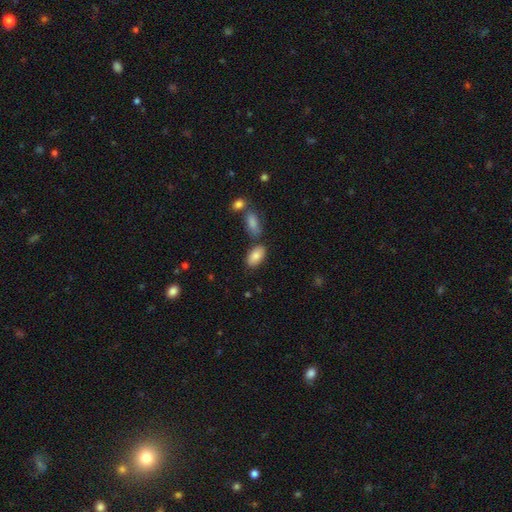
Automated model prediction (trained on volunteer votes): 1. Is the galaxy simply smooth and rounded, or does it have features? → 85% smooth, 8% featured or disk, 7% star or artifact.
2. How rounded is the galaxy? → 94% in between, 3% round, 3% cigar-shaped.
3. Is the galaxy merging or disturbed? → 72% none, 14% minor disturbance, 10% merger, 4% major disturbance.